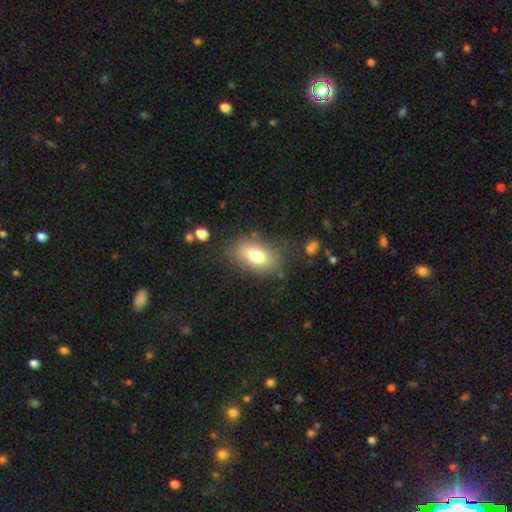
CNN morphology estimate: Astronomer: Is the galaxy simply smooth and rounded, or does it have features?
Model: smooth — 75%.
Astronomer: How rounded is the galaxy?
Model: in between — 86%.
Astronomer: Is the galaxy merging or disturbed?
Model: none — 78%.